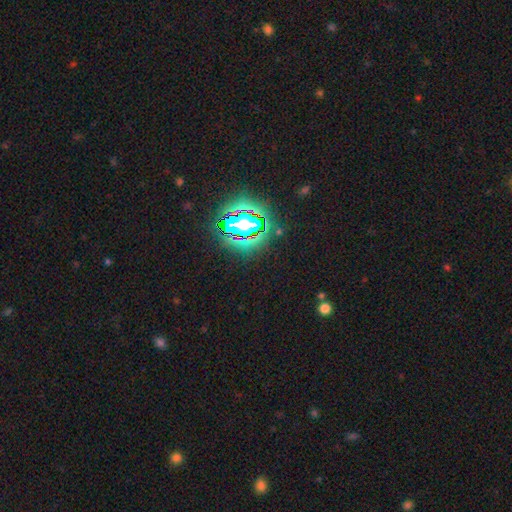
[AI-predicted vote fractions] smooth_or_featured: star or artifact (p=0.83) [alt: smooth p=0.10]